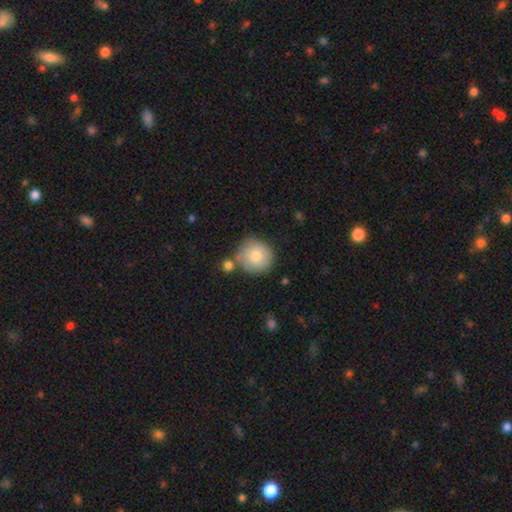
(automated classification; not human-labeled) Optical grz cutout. It shows a smooth galaxy with no disk features (79%) that is round (94%). Merging: none (71%).